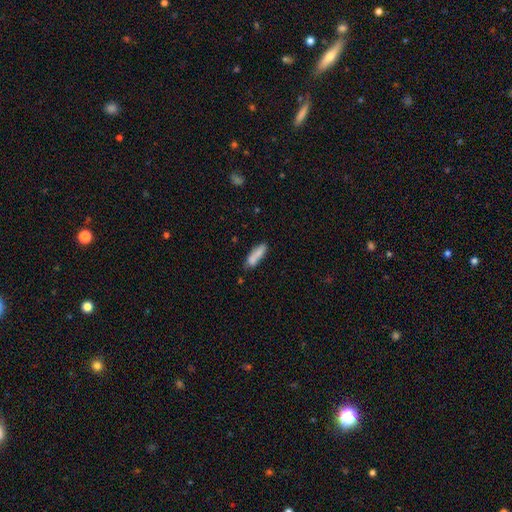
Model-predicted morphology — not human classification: This is clearly a smooth galaxy (82%). How rounded: possibly cigar-shaped (60%). Merging: likely none (66%).